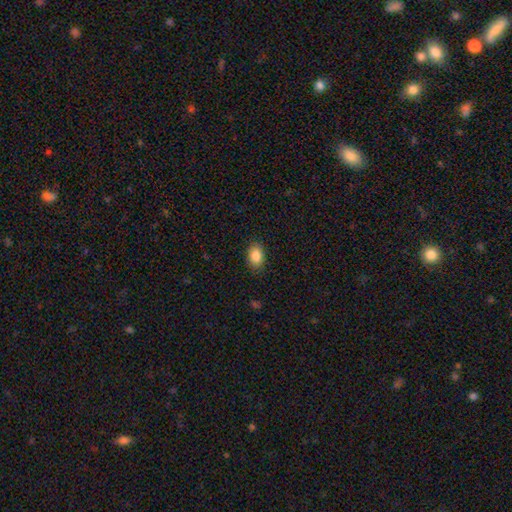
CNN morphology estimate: smooth 86%, star or artifact 8%, featured or disk 6%. Down the decision tree: how rounded — in between (83%); merging — none (87%).